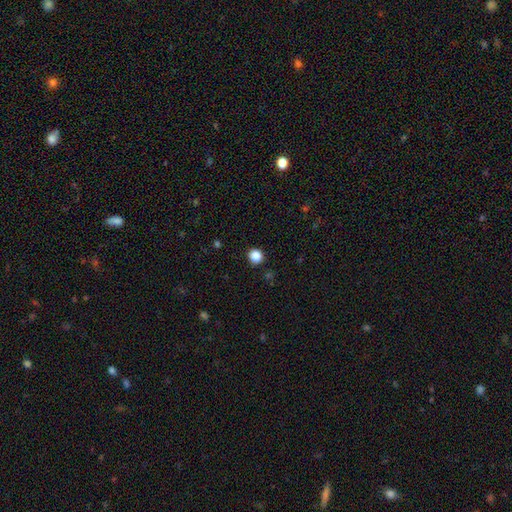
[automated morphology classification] This appears to be a smooth galaxy with no disk features (86%) that is round (91%). Merging: none (91%).